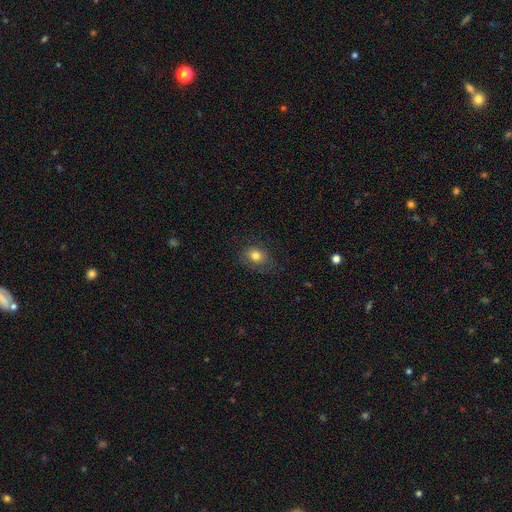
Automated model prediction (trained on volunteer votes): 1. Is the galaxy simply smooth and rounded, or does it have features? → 76% smooth, 13% featured or disk, 11% star or artifact.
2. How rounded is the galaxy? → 53% in between, 46% round, 1% cigar-shaped.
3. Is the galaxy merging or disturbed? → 71% none, 20% minor disturbance, 8% major disturbance, 1% merger.